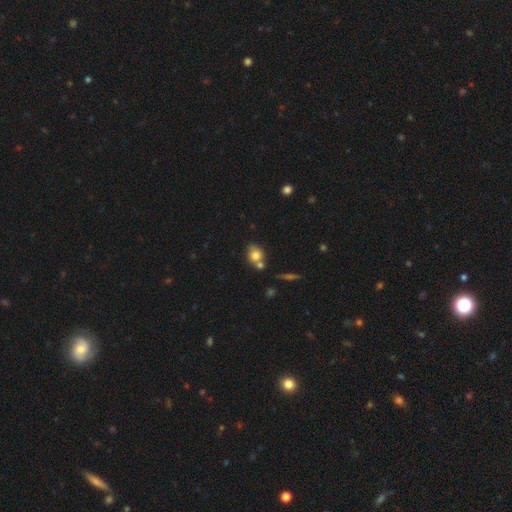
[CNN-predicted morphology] Overall: smooth (77%). How rounded: round (55%; in between 44%). Merging: none (51%; merger 32%).